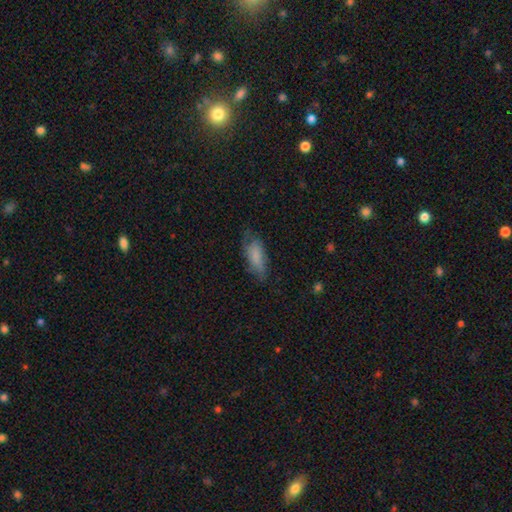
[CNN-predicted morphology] Q: Smooth or featured?
A: smooth (74%); runner-up: featured or disk (18%)
Q: How rounded?
A: in between (75%); runner-up: cigar-shaped (22%)
Q: Merging?
A: none (57%); runner-up: minor disturbance (30%)